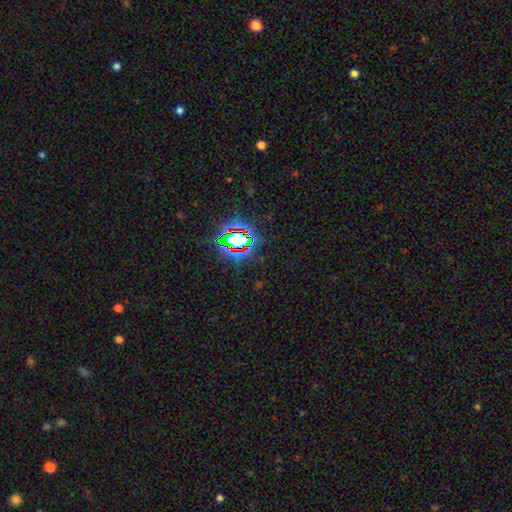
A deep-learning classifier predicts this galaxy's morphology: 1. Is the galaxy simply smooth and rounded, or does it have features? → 80% star or artifact, 12% smooth, 8% featured or disk.